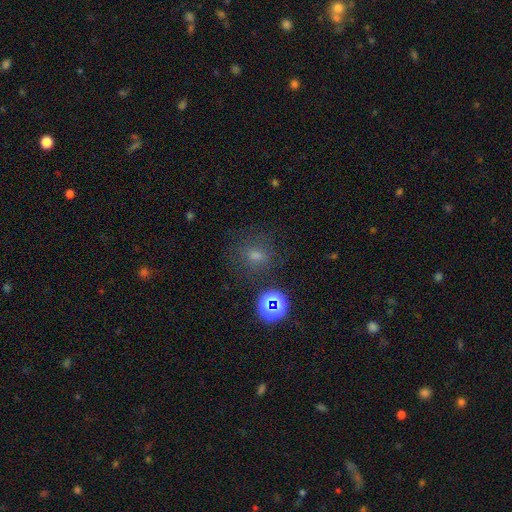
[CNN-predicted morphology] Smooth or featured: smooth — 62% (star or artifact — 27%)
How rounded: round — 62% (in between — 36%)
Merging: none — 73% (minor disturbance — 15%)